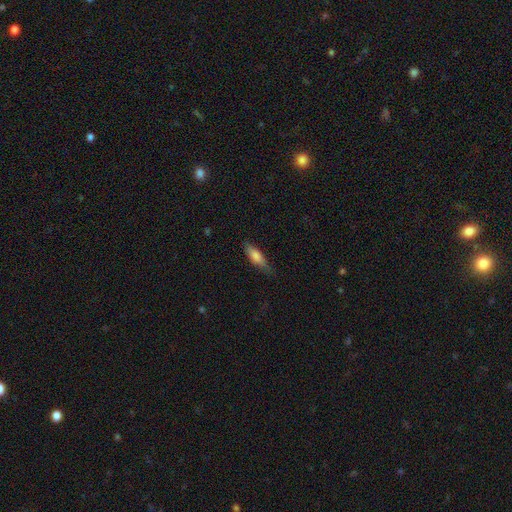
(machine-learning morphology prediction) The model was most divided on "how rounded": cigar-shaped: 53%, in between: 45%, round: 2%. More confident: merging — none (72%); smooth or featured — smooth (69%).